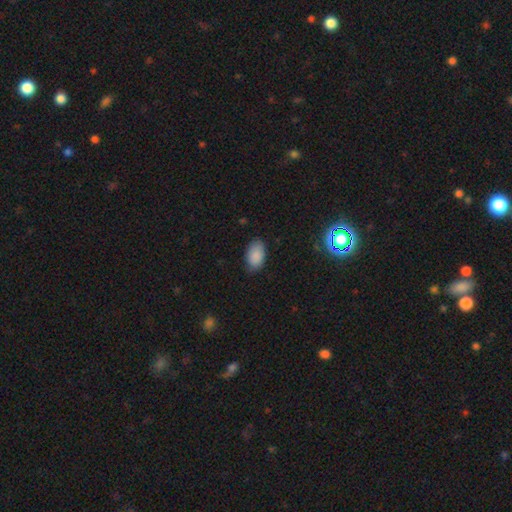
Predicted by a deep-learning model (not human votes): This appears to be a smooth galaxy with no disk features (87%) that is in between round and cigar-shaped (92%). Merging: none (79%).